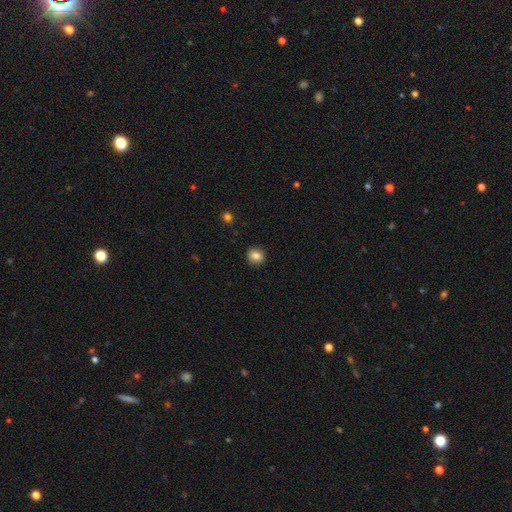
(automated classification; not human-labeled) Smooth or featured: smooth — 84% (star or artifact — 10%)
How rounded: round — 80% (in between — 19%)
Merging: none — 91% (minor disturbance — 7%)